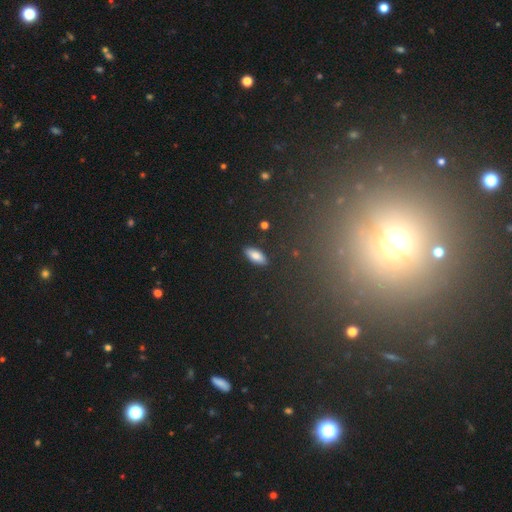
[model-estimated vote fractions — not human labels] A smooth galaxy with no disk features (83%) that is in between round and cigar-shaped (82%). Merging: none (89%).